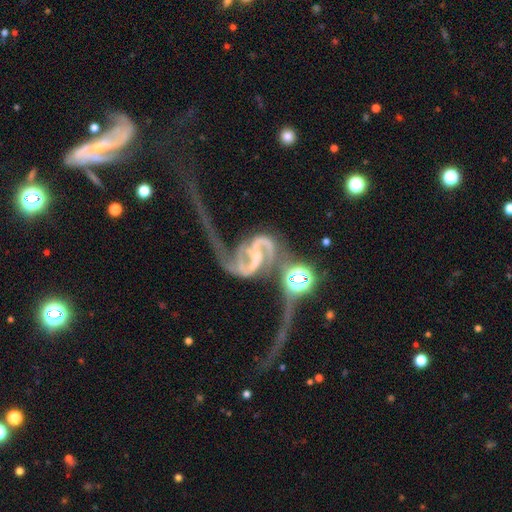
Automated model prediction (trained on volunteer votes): Smooth or featured? Predicted: featured or disk (p=0.91). Edge-on disk? Predicted: no (p=0.96). Bar? Predicted: strong (p=0.44). Spiral arms? Predicted: yes (p=0.97). Spiral winding? Predicted: loose (p=0.62). Spiral arm count? Predicted: 2 (p=0.92). Bulge size? Predicted: small (p=0.55). Merging? Predicted: major disturbance (p=0.34).